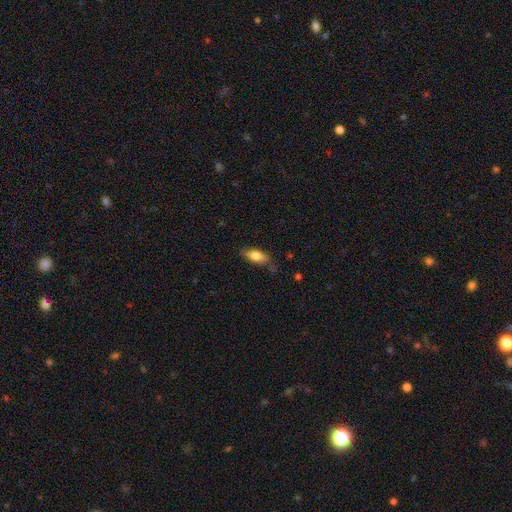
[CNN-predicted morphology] Smooth or featured: smooth — 77% (featured or disk — 16%)
How rounded: in between — 78% (cigar-shaped — 20%)
Merging: none — 71% (minor disturbance — 22%)